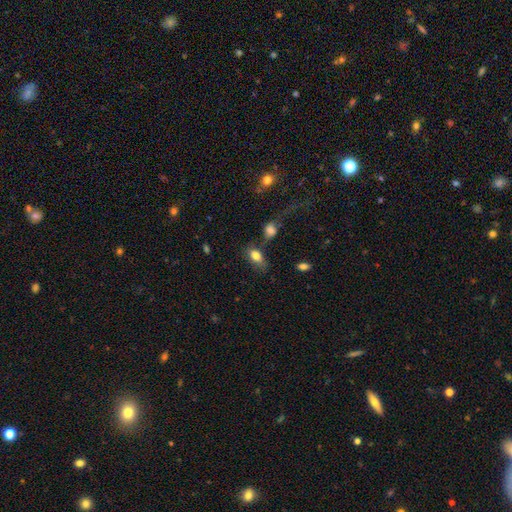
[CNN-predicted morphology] A smooth galaxy with no disk features (81%) that is in between round and cigar-shaped (87%).

Vote fractions:
- Smooth or featured? smooth: 81% / featured or disk: 10% / star or artifact: 9%
- How rounded? in between: 87% / round: 10% / cigar-shaped: 3%
- Merging? none: 55% / minor disturbance: 20% / merger: 16% / major disturbance: 9%